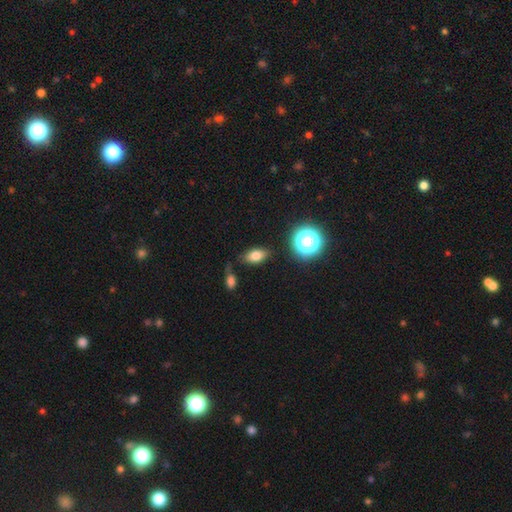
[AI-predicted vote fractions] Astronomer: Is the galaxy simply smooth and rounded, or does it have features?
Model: smooth — 75%.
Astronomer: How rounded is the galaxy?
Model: in between — 85%.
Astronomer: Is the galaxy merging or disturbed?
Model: none — 79%.